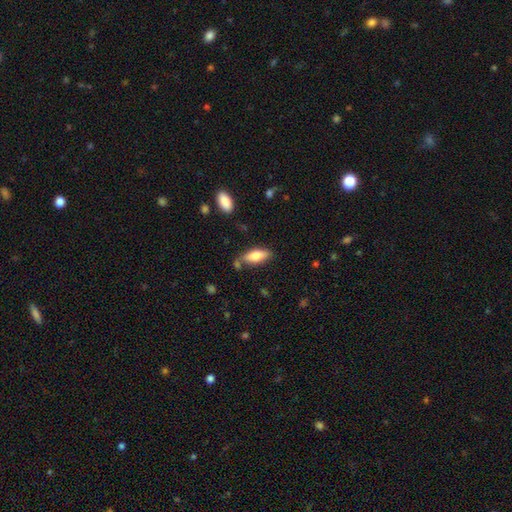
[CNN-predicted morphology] Overall: smooth (75%). How rounded: in between (70%). Merging: none (74%).